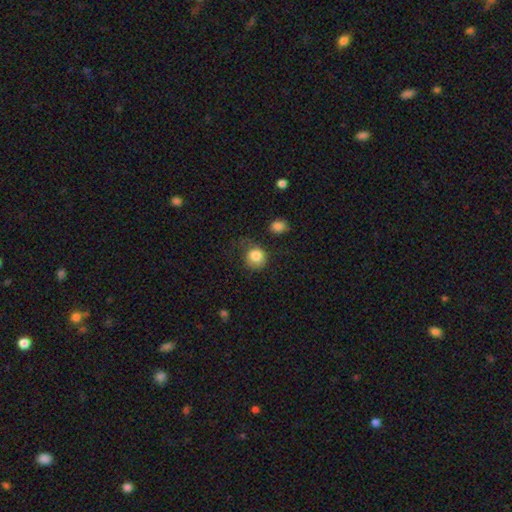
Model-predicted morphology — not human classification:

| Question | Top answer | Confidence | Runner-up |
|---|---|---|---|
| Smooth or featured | smooth | 84% | star or artifact (9%) |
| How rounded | round | 83% | in between (16%) |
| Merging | none | 53% | minor disturbance (26%) |